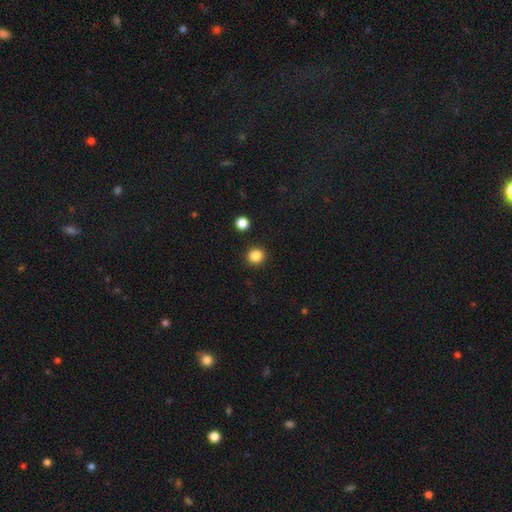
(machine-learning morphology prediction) This appears to be a smooth galaxy with no disk features (85%) that is round (91%). Merging: none (91%).